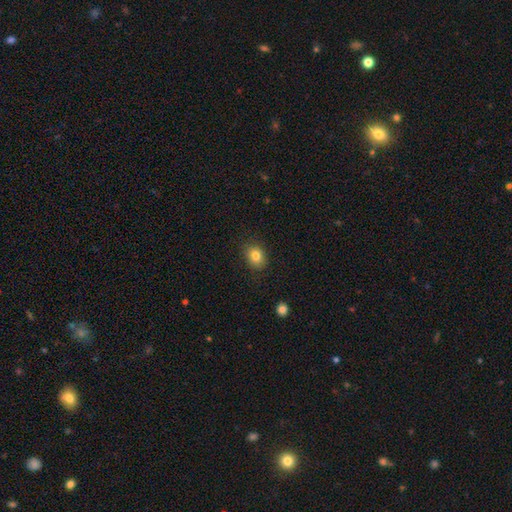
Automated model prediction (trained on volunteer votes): Smooth or featured?
  - smooth: 82% *
  - star or artifact: 11%
  - featured or disk: 8%
How rounded?
  - round: 51% *
  - in between: 48%
  - cigar-shaped: 1%
Merging?
  - none: 86% *
  - minor disturbance: 11%
  - major disturbance: 3%
  - merger: 1%